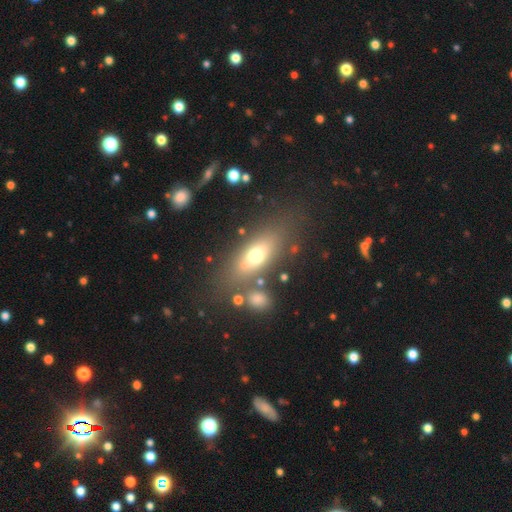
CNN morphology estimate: Q: Smooth or featured?
A: smooth (61%); runner-up: featured or disk (29%)
Q: How rounded?
A: in between (66%); runner-up: cigar-shaped (27%)
Q: Merging?
A: none (71%); runner-up: minor disturbance (14%)